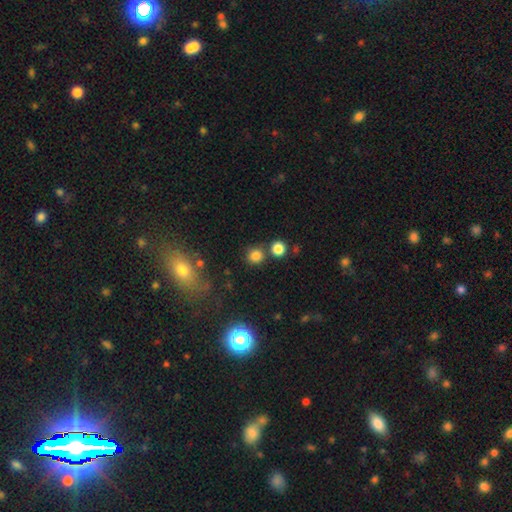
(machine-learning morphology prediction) This is likely a smooth galaxy (79%). How rounded: clearly round (89%). Merging: likely none (76%).